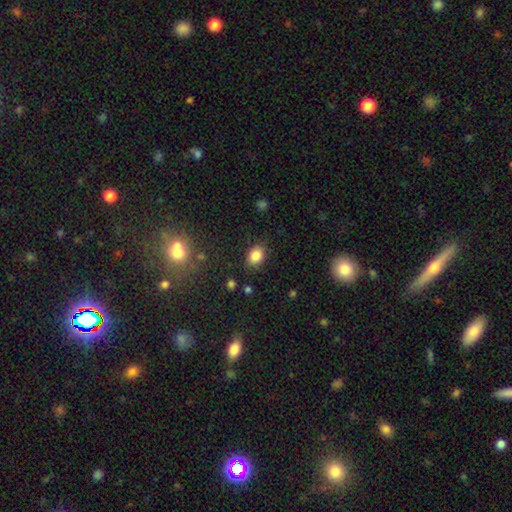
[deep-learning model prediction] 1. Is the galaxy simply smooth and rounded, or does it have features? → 84% smooth, 10% star or artifact, 6% featured or disk.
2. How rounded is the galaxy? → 70% in between, 29% round, 1% cigar-shaped.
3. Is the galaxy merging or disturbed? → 83% none, 12% minor disturbance, 3% major disturbance, 2% merger.